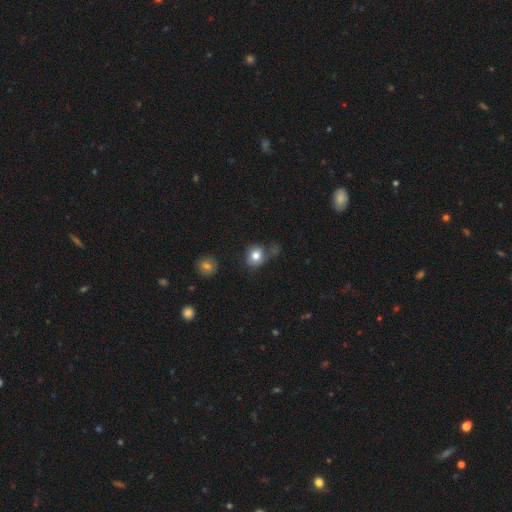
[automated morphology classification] smooth 79%, featured or disk 11%, star or artifact 10%. Down the decision tree: how rounded — round (72%); merging — none (56%).